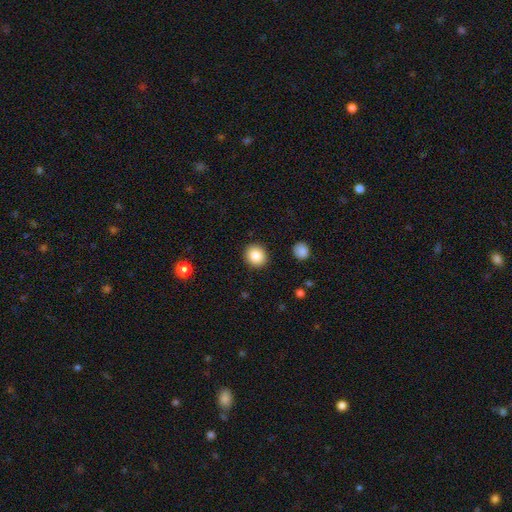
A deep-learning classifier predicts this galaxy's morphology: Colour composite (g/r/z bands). It shows a smooth galaxy with no disk features (86%) that is round (85%). Merging: none (91%).